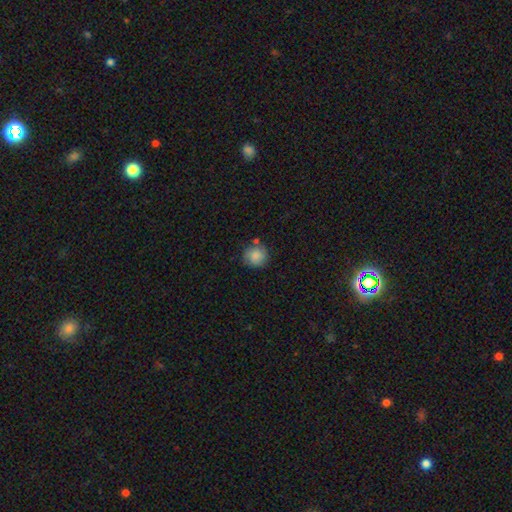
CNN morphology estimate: Smooth or featured? Predicted: smooth (p=0.82). How rounded? Predicted: round (p=0.89). Merging? Predicted: none (p=0.73).